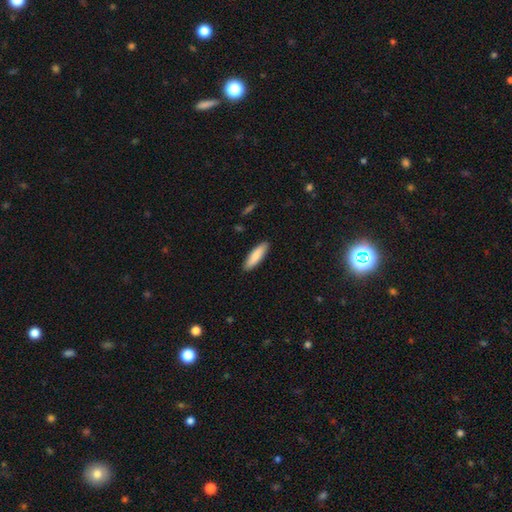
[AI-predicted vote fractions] Smooth or featured? smooth (86%)
How rounded? cigar-shaped (62%)
Merging? none (89%)